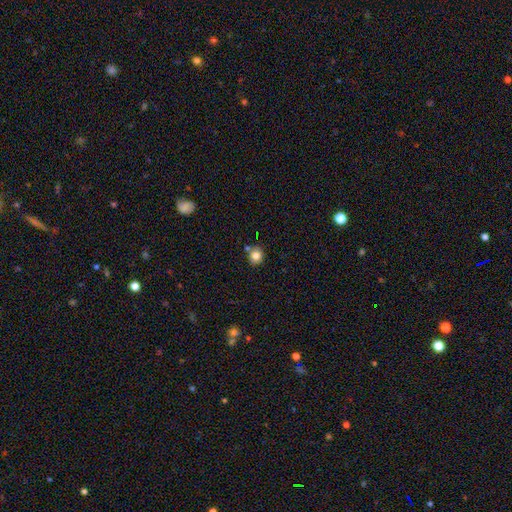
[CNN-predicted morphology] A smooth galaxy with no disk features (81%) that is round (81%).

Vote fractions:
- Smooth or featured? smooth: 81% / star or artifact: 11% / featured or disk: 8%
- How rounded? round: 81% / in between: 18% / cigar-shaped: 1%
- Merging? none: 75% / minor disturbance: 12% / merger: 10% / major disturbance: 3%